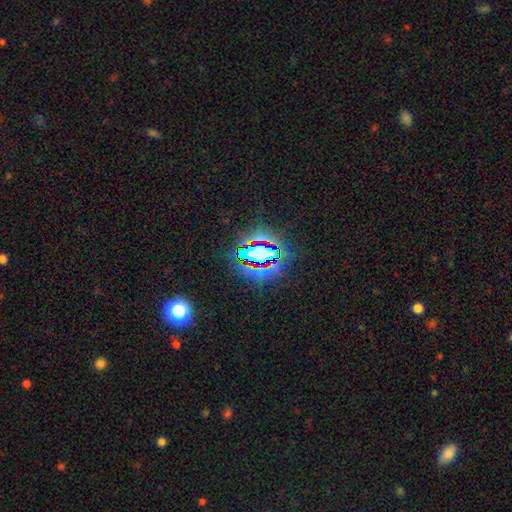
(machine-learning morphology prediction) A star or artifact, not a galaxy (66%).

Vote fractions:
- Smooth or featured? star or artifact: 66% / smooth: 21% / featured or disk: 13%